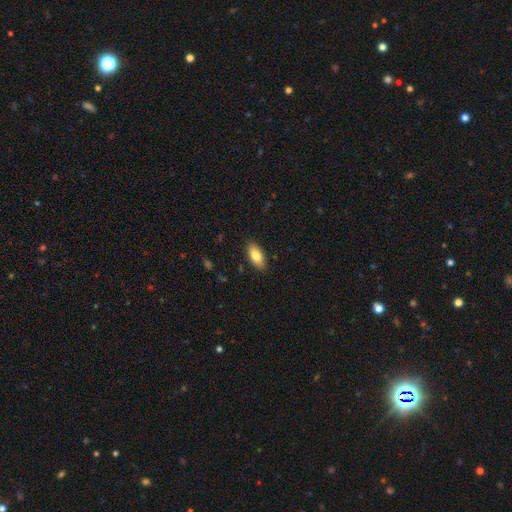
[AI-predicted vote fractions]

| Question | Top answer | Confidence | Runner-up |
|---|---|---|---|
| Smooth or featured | smooth | 83% | featured or disk (11%) |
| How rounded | in between | 88% | cigar-shaped (9%) |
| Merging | none | 88% | minor disturbance (9%) |